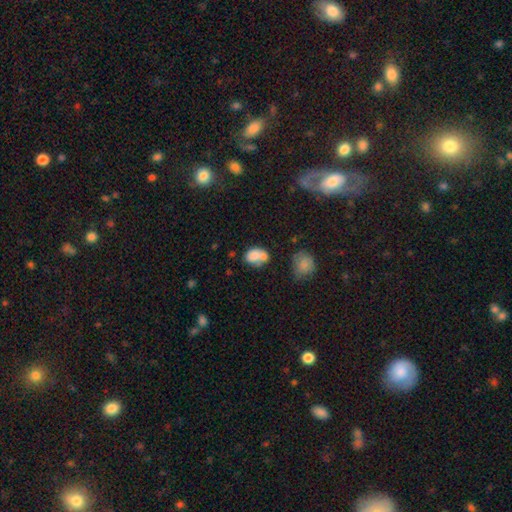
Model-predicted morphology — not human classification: Smooth or featured: smooth — 74% (featured or disk — 17%)
How rounded: in between — 70% (round — 29%)
Merging: merger — 46% (none — 28%)